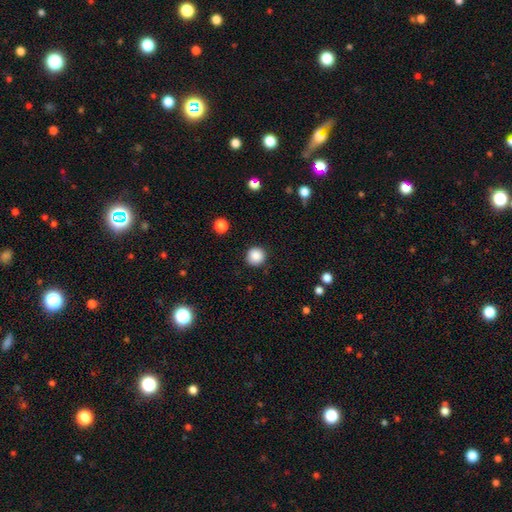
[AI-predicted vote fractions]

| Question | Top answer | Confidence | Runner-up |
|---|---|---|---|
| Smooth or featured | smooth | 88% | star or artifact (9%) |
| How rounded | round | 94% | in between (5%) |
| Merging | none | 90% | minor disturbance (6%) |